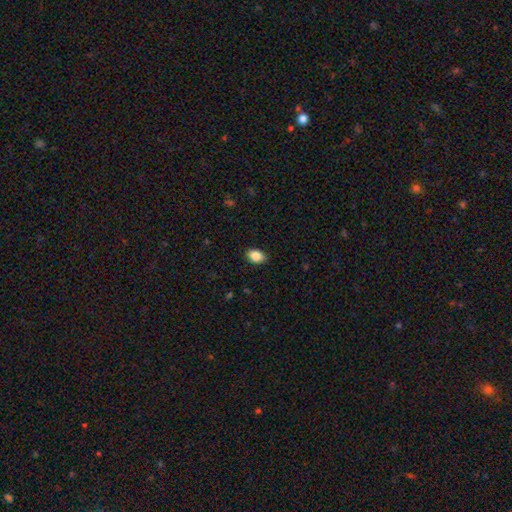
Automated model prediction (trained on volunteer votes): Q: Smooth or featured?
A: smooth (88%); runner-up: star or artifact (8%)
Q: How rounded?
A: in between (87%); runner-up: round (11%)
Q: Merging?
A: none (88%); runner-up: minor disturbance (9%)